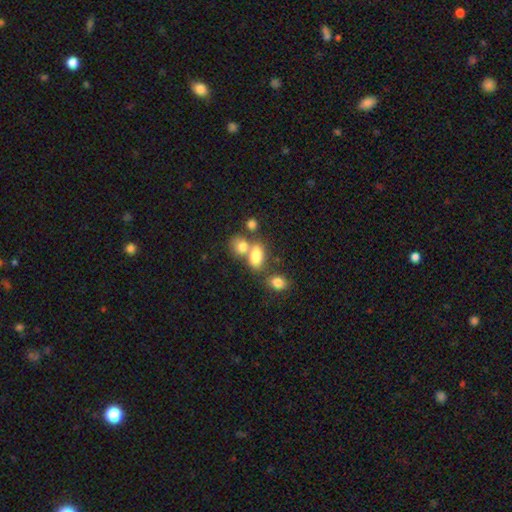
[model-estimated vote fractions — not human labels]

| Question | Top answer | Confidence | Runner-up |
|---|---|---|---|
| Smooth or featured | smooth | 78% | featured or disk (12%) |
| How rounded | in between | 79% | round (18%) |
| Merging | merger | 44% | none (40%) |